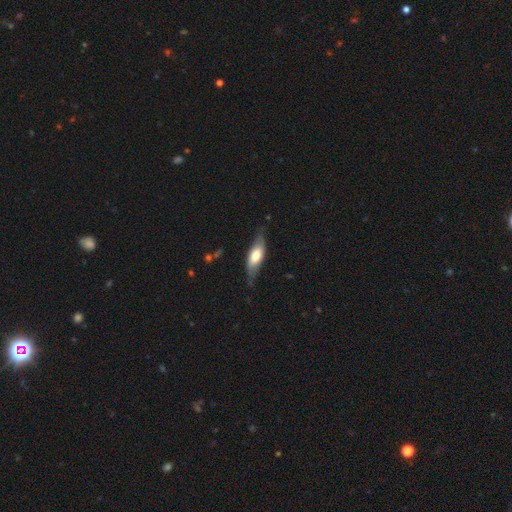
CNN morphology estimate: This appears to be a smooth galaxy with no disk features (54%) that is in between round and cigar-shaped (61%). Merging: none (68%).